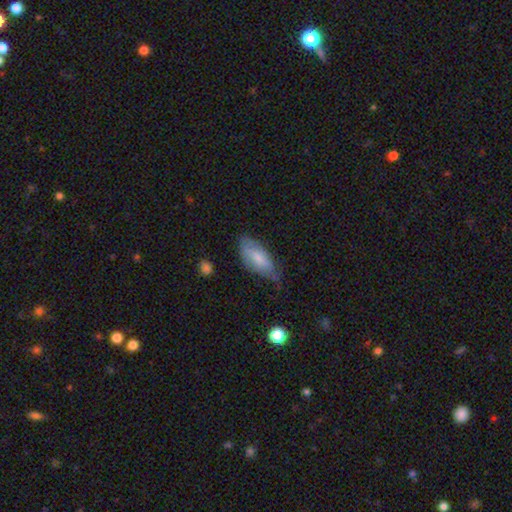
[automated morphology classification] Q: Smooth or featured?
A: smooth (68%); runner-up: featured or disk (26%)
Q: How rounded?
A: in between (83%); runner-up: cigar-shaped (15%)
Q: Merging?
A: none (56%); runner-up: minor disturbance (35%)